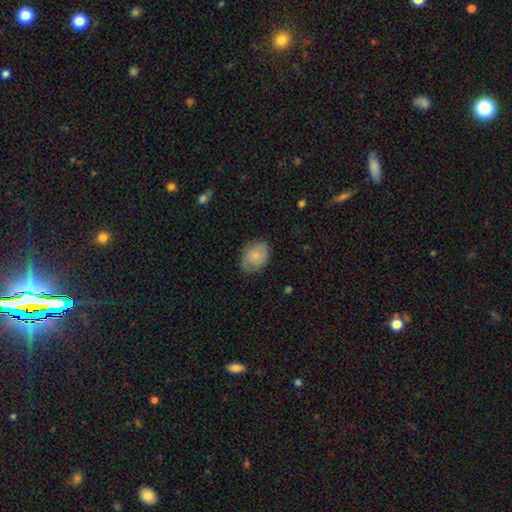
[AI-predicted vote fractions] A smooth galaxy with no disk features (75%) that is in between round and cigar-shaped (73%). Merging: none (71%).